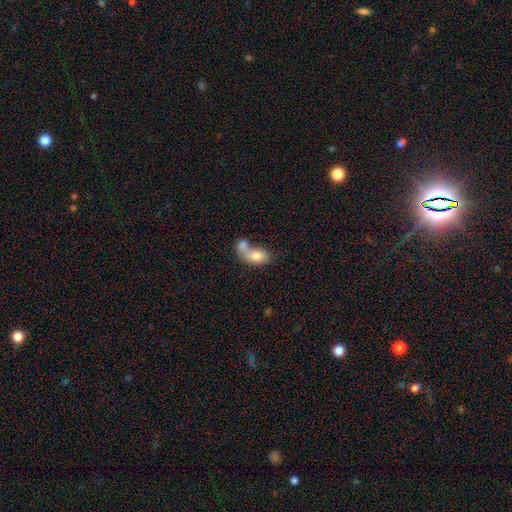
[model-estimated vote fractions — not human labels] A smooth galaxy with no disk features (74%) that is in between round and cigar-shaped (85%). Merging: merger (66%).